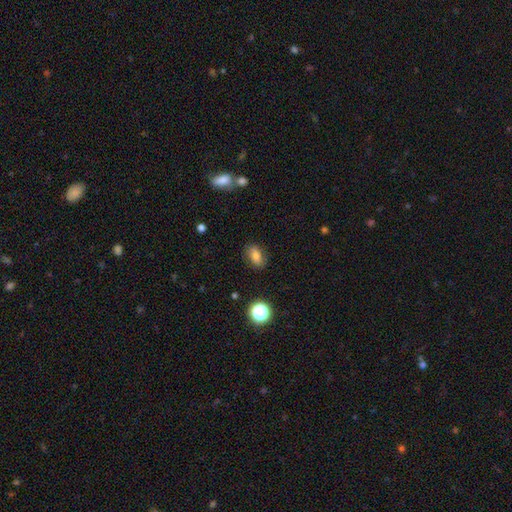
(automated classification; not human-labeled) smooth-or-featured: smooth: 77% | star or artifact: 12% | featured or disk: 11%
  how-rounded: in between: 82% | round: 14% | cigar-shaped: 4%
  merging: none: 83% | minor disturbance: 12% | major disturbance: 3% | merger: 1%